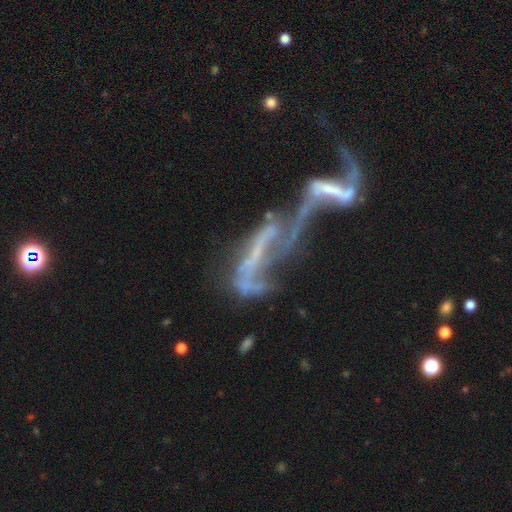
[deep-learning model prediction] smooth_or_featured: featured or disk (p=0.69) [alt: star or artifact p=0.18]
disk_edge_on: no (p=0.86) [alt: yes p=0.14]
bar: no (p=0.55) [alt: strong p=0.24]
has_spiral_arms: yes (p=0.50) [tied with: no p=0.50]
bulge_size: none (p=0.65) [alt: small p=0.23]
merging: merger (p=0.63) [alt: major disturbance p=0.24]